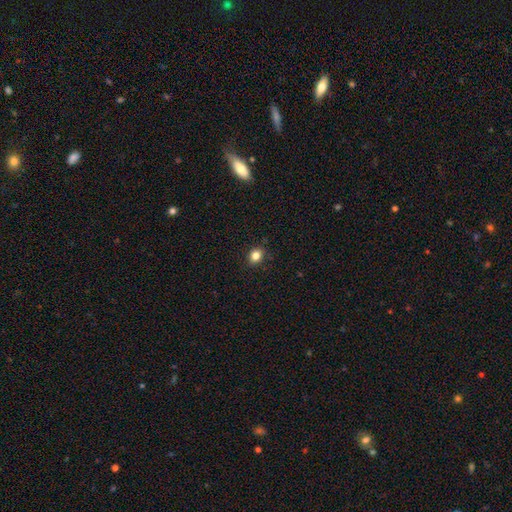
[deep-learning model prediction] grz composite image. It shows a smooth galaxy with no disk features (83%) that is round (57%). Merging: none (88%).